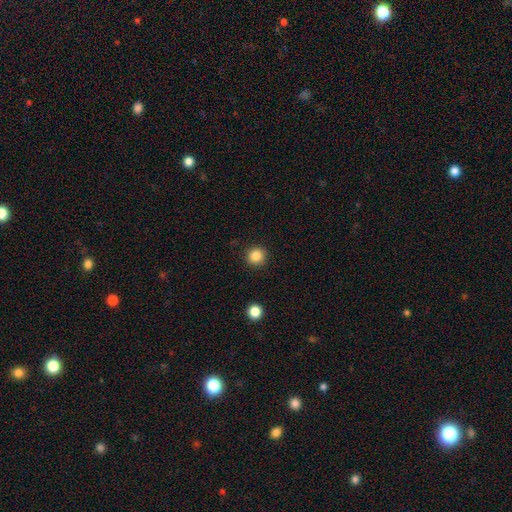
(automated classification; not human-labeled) Overall: smooth (85%). How rounded: round (94%). Merging: none (92%).